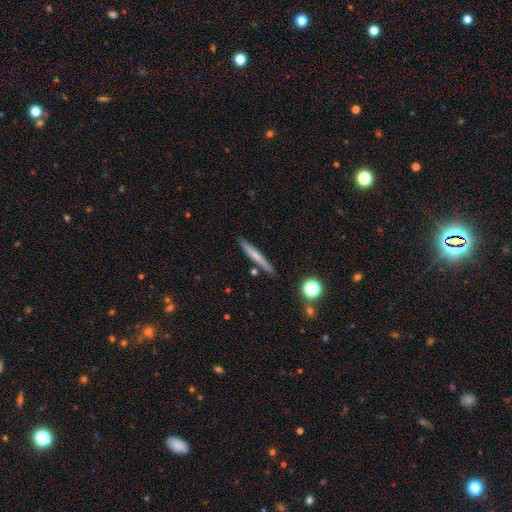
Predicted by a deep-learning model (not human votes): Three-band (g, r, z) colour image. It shows a smooth galaxy with no disk features (63%) that is cigar-shaped (95%). Merging: none (86%).